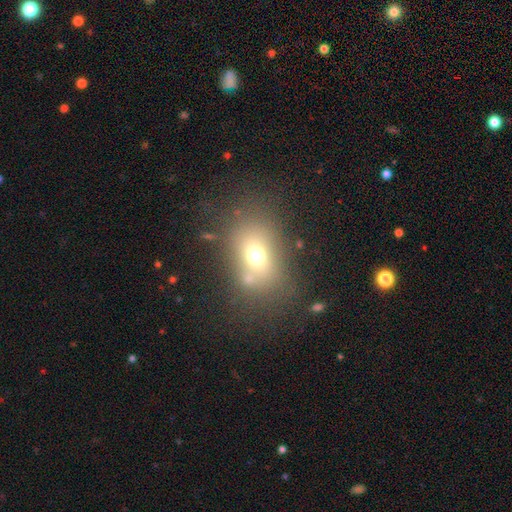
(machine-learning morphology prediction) A smooth galaxy with no disk features (66%) that is in between round and cigar-shaped (69%).

Vote fractions:
- Smooth or featured? smooth: 66% / featured or disk: 17% / star or artifact: 16%
- How rounded? in between: 69% / round: 29% / cigar-shaped: 2%
- Merging? none: 68% / minor disturbance: 15% / major disturbance: 9% / merger: 8%